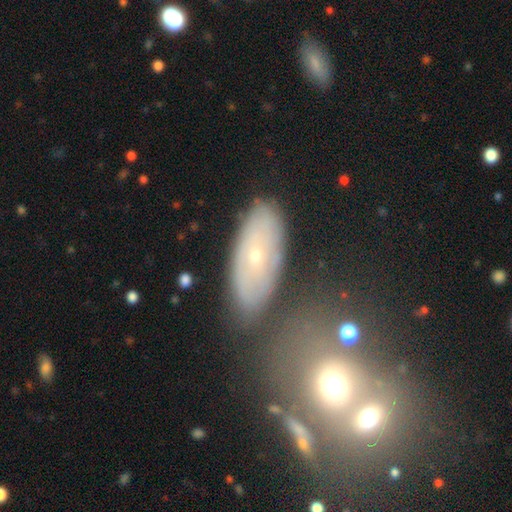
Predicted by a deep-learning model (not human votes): Smooth or featured?
  - featured or disk: 49% *
  - smooth: 41%
  - star or artifact: 11%
Merging?
  - none: 76% *
  - minor disturbance: 14%
  - merger: 5%
  - major disturbance: 5%